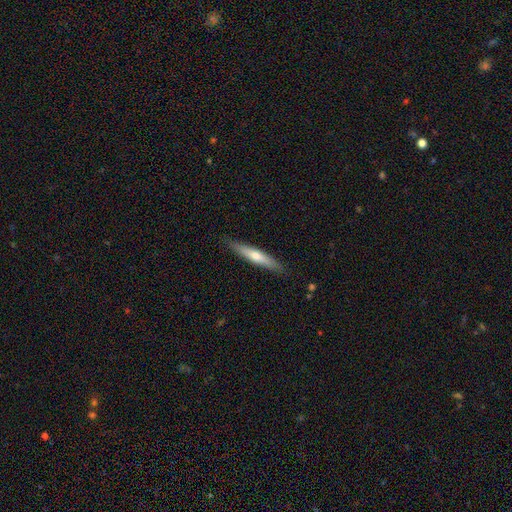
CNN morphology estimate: smooth 48%, featured or disk 46%, star or artifact 6%. Down the decision tree: merging — none (88%).